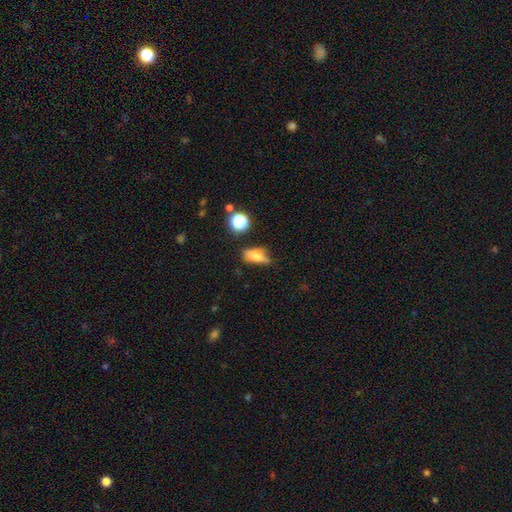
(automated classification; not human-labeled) Morphology: type=smooth (70%); roundness=in between (63%); merging=none (54%).